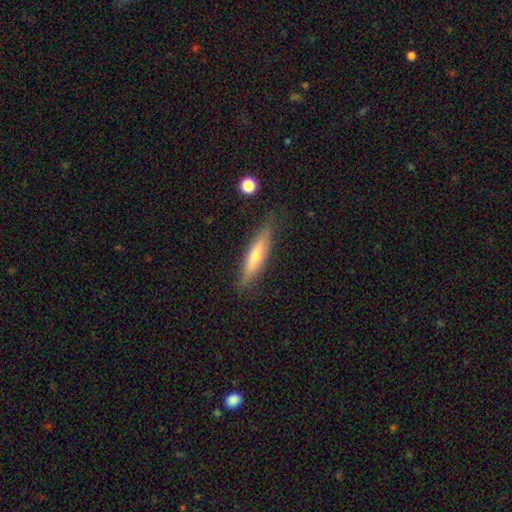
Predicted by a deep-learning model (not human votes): This is possibly a smooth galaxy (50%). How rounded: likely cigar-shaped (80%). Merging: clearly none (83%).